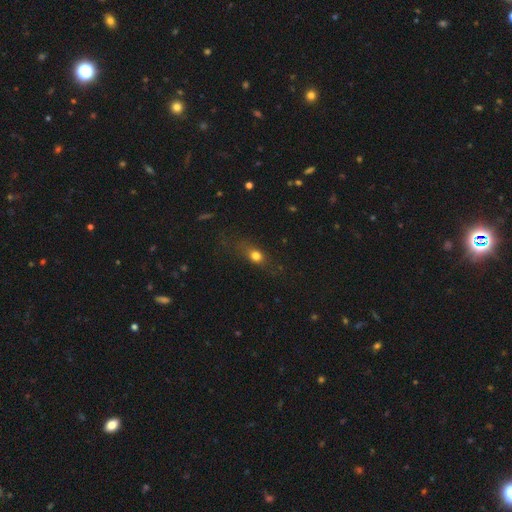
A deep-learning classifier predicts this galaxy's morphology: The model was most divided on "how rounded": in between: 45%, round: 35%, cigar-shaped: 20%. More confident: smooth or featured — smooth (68%); merging — none (67%).